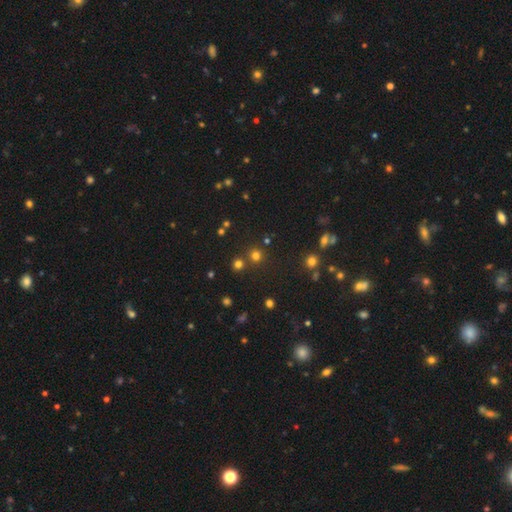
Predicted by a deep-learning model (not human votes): Q: Smooth or featured?
A: smooth (69%); runner-up: star or artifact (26%)
Q: How rounded?
A: round (92%); runner-up: in between (7%)
Q: Merging?
A: none (79%); runner-up: merger (11%)